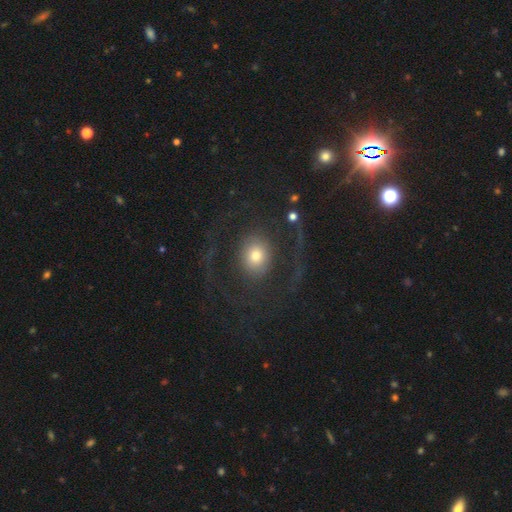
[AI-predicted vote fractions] Smooth or featured: featured or disk — 48% (smooth — 41%)
Merging: none — 65% (major disturbance — 22%)